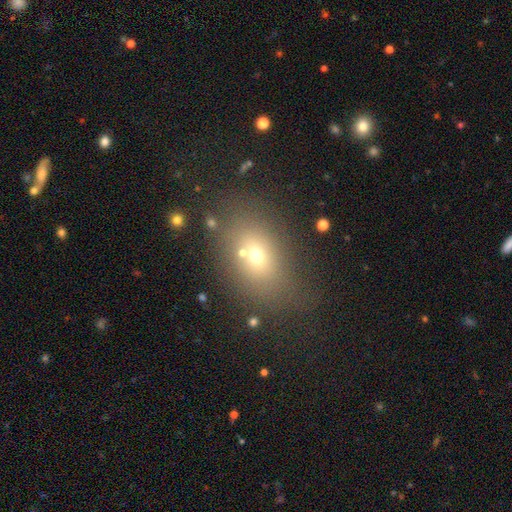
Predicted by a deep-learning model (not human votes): Morphology: type=smooth (63%); roundness=in between (68%); merging=none (66%).